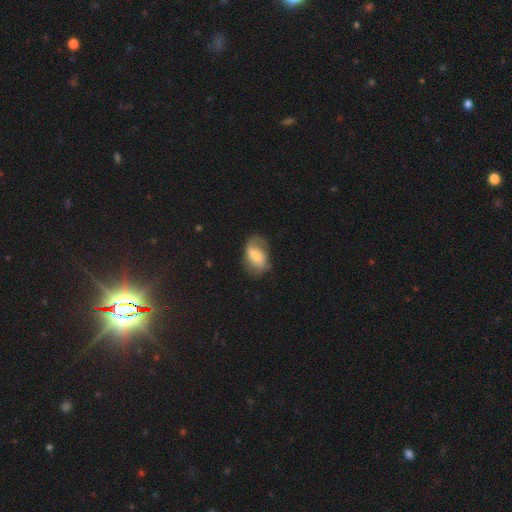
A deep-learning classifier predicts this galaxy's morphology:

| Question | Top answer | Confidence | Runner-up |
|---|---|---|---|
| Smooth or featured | smooth | 60% | featured or disk (32%) |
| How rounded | in between | 87% | round (11%) |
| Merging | none | 50% | minor disturbance (31%) |